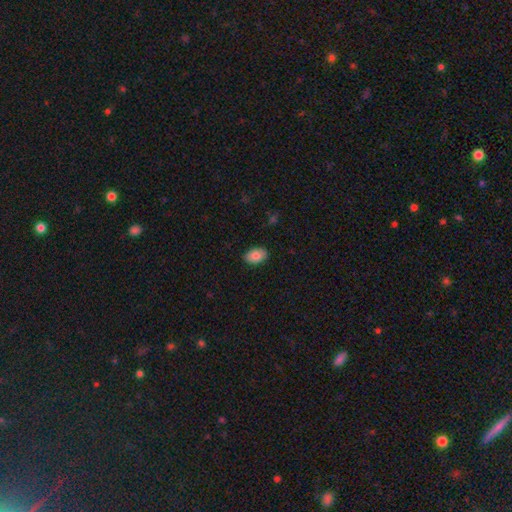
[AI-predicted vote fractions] smooth_or_featured: smooth (p=0.85) [alt: featured or disk p=0.08]
how_rounded: in between (p=0.90) [alt: round p=0.09]
merging: none (p=0.88) [alt: minor disturbance p=0.09]